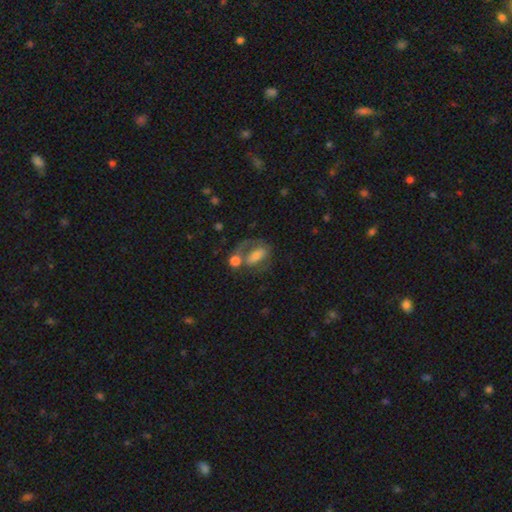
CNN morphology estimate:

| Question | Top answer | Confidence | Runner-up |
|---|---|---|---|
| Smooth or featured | smooth | 47% | featured or disk (42%) |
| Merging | none | 32% | merger (29%) |